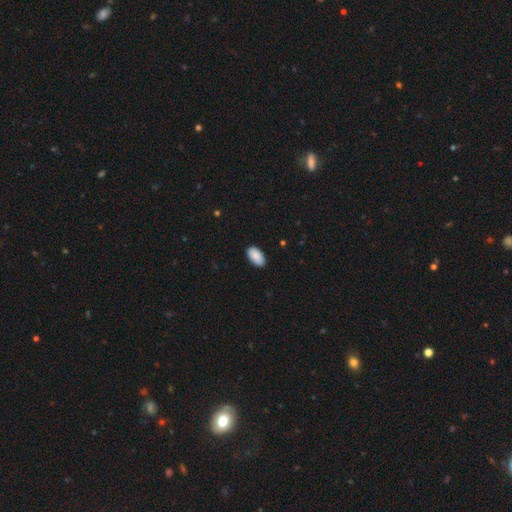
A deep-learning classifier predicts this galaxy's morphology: smooth 90%, star or artifact 6%, featured or disk 4%. Down the decision tree: how rounded — in between (96%); merging — none (88%).